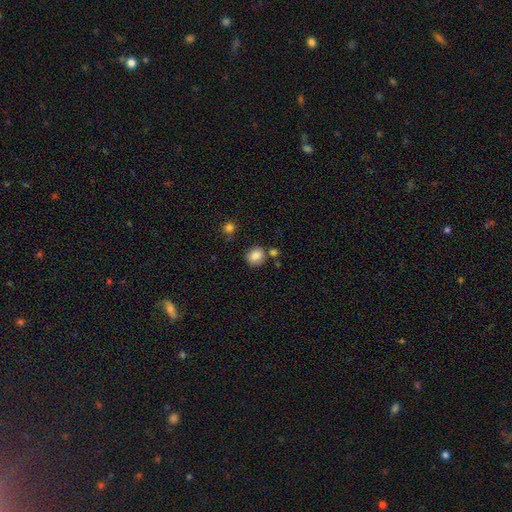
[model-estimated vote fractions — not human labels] Morphology: type=smooth (85%); roundness=round (77%); merging=none (76%).